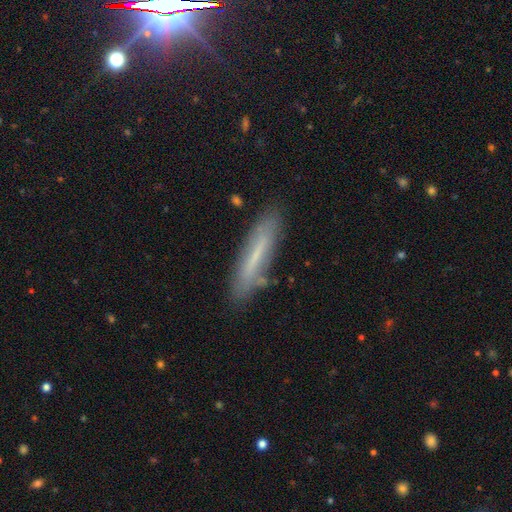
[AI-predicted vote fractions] smooth-or-featured: smooth: 50% | featured or disk: 41% | star or artifact: 9%
  how-rounded: cigar-shaped: 86% | in between: 13% | round: 1%
  merging: none: 79% | minor disturbance: 15% | major disturbance: 4% | merger: 2%